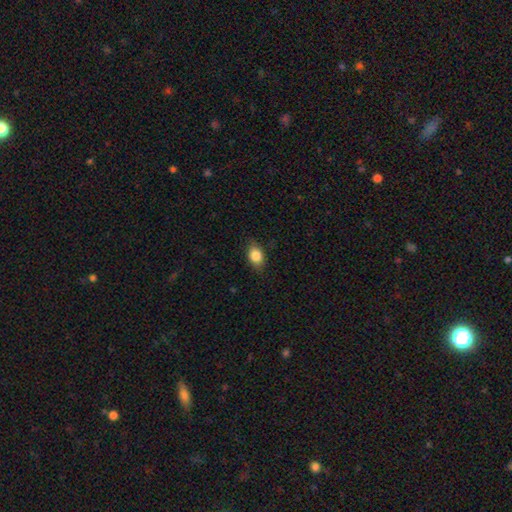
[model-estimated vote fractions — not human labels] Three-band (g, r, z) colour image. It shows a smooth galaxy with no disk features (85%) that is in between round and cigar-shaped (76%). Merging: none (81%).